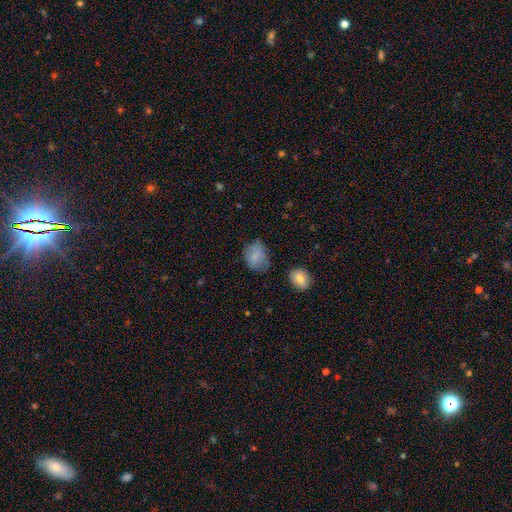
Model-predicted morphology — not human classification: A smooth galaxy with no disk features (80%) that is in between round and cigar-shaped (64%). Merging: none (58%).